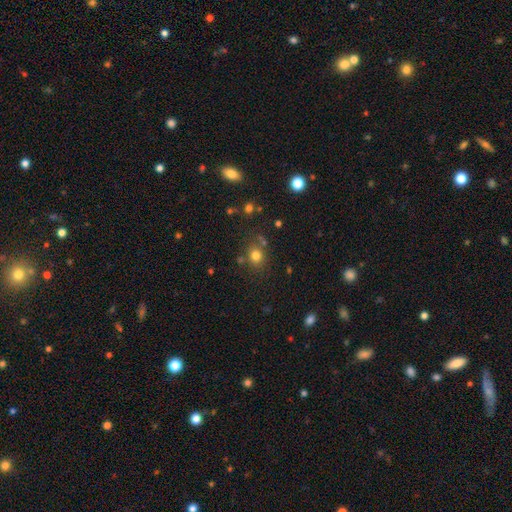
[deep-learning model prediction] This is likely a smooth galaxy (76%). How rounded: likely round (78%). Merging: likely none (75%).